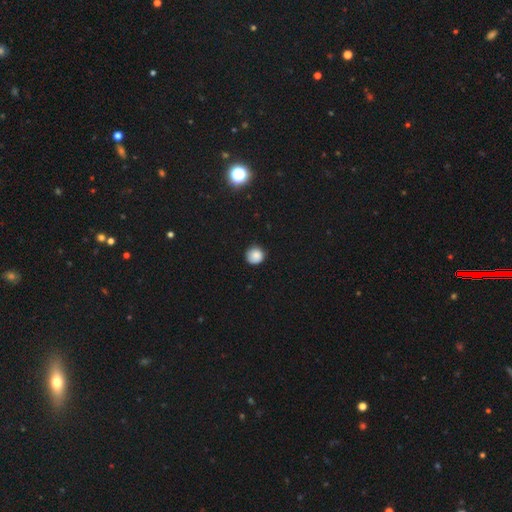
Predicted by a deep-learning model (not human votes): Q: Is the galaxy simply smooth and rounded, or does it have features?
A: smooth — 85%.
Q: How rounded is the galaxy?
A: round — 94%.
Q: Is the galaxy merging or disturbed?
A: none — 84%.